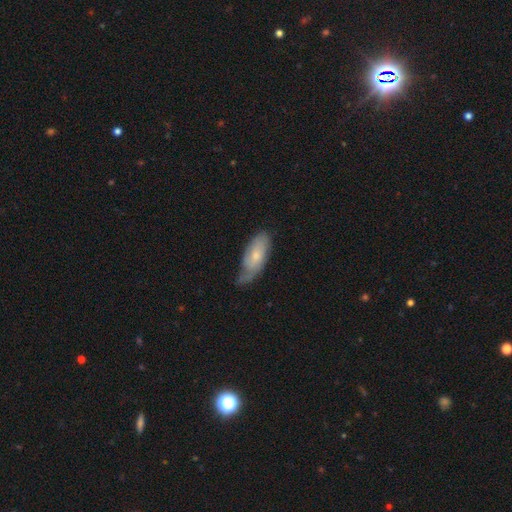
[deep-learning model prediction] smooth_or_featured: smooth (p=0.55) [alt: featured or disk p=0.39]
how_rounded: in between (p=0.82) [alt: cigar-shaped p=0.16]
merging: none (p=0.45) [alt: minor disturbance p=0.40]